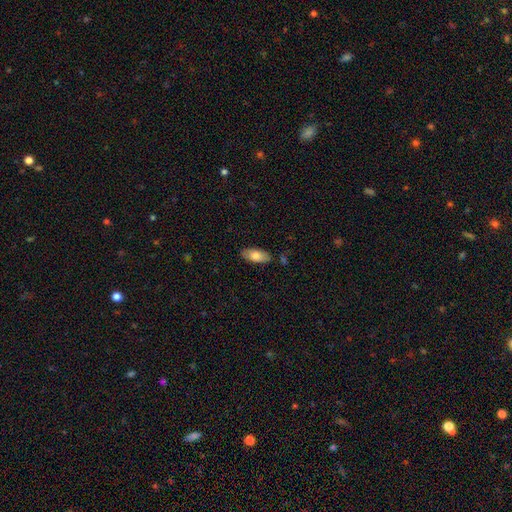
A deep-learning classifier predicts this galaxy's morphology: Q: Smooth or featured?
A: smooth (78%); runner-up: featured or disk (16%)
Q: How rounded?
A: in between (87%); runner-up: cigar-shaped (10%)
Q: Merging?
A: none (85%); runner-up: minor disturbance (11%)